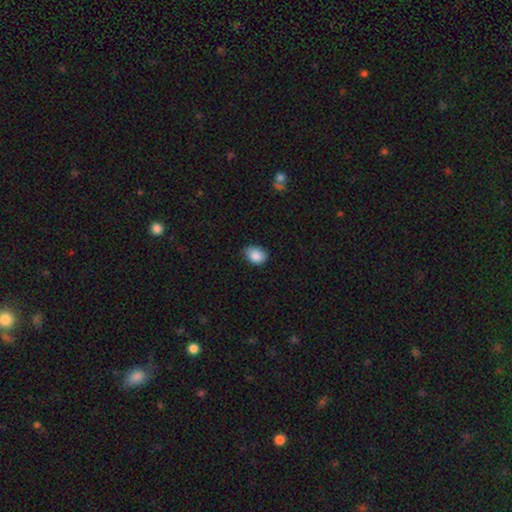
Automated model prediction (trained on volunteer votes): Smooth or featured?
  - smooth: 87% *
  - star or artifact: 8%
  - featured or disk: 5%
How rounded?
  - in between: 67% *
  - round: 32%
  - cigar-shaped: 1%
Merging?
  - none: 72% *
  - minor disturbance: 24%
  - major disturbance: 3%
  - merger: 1%